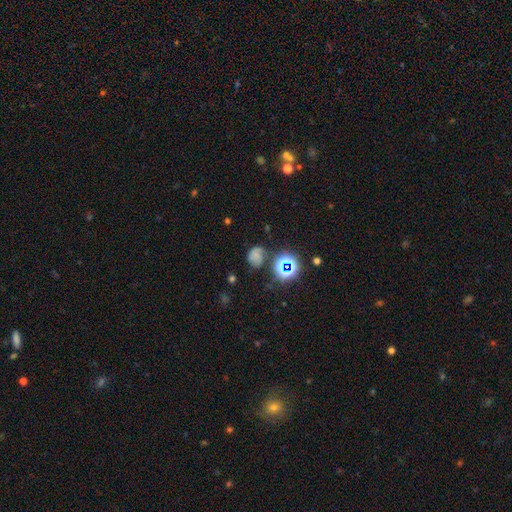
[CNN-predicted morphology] Overall: smooth (51%; star or artifact 28%). How rounded: round (60%; in between 39%). Merging: none (54%; minor disturbance 24%).